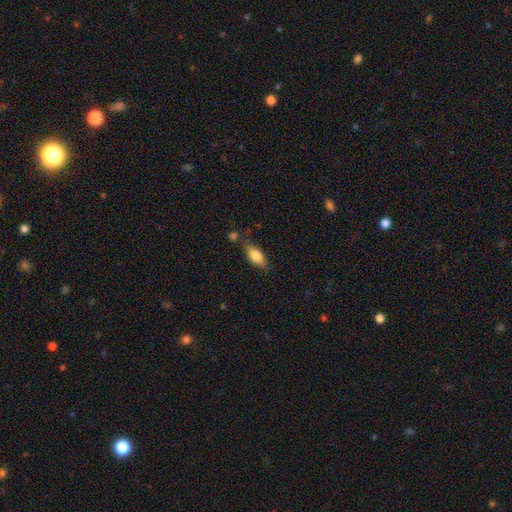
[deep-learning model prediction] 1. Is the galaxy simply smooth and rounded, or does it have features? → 75% smooth, 18% featured or disk, 7% star or artifact.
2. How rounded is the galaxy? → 81% in between, 15% cigar-shaped, 4% round.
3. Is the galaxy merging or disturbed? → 67% none, 20% minor disturbance, 8% merger, 5% major disturbance.